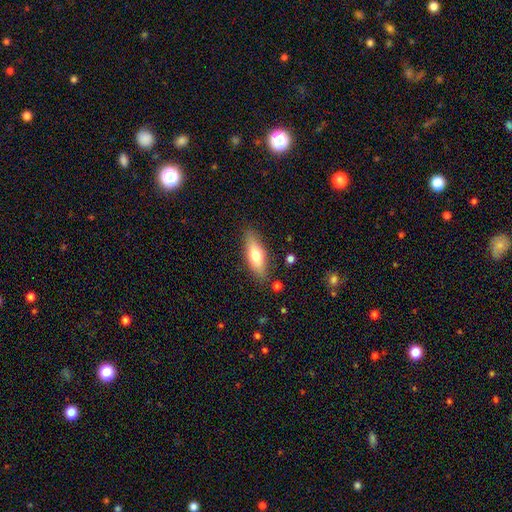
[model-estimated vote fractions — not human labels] Smooth or featured? Predicted: smooth (p=0.68). How rounded? Predicted: in between (p=0.58). Merging? Predicted: none (p=0.83).